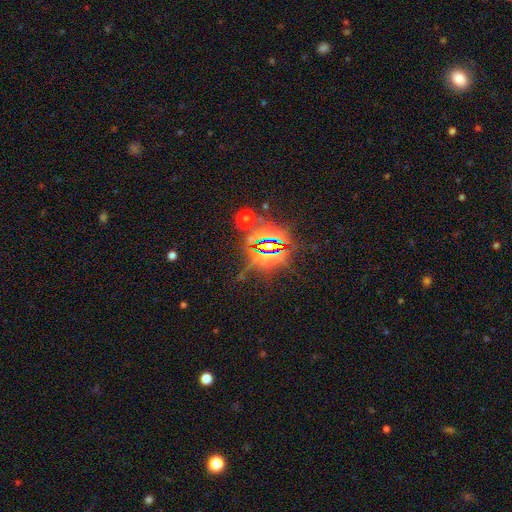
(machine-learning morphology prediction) Smooth or featured? star or artifact (85%)